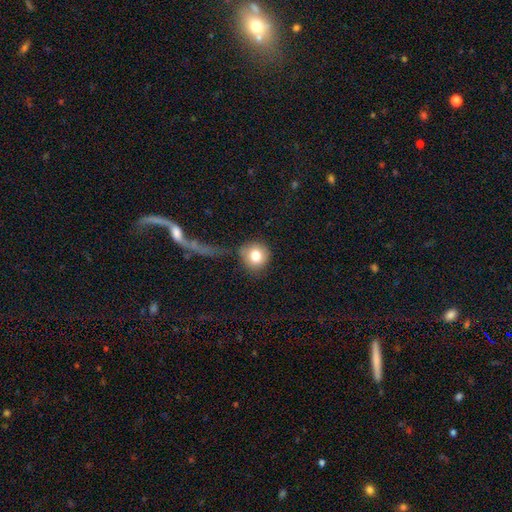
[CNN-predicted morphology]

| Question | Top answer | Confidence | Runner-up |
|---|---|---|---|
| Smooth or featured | smooth | 79% | featured or disk (11%) |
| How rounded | round | 89% | in between (10%) |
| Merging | none | 67% | minor disturbance (15%) |